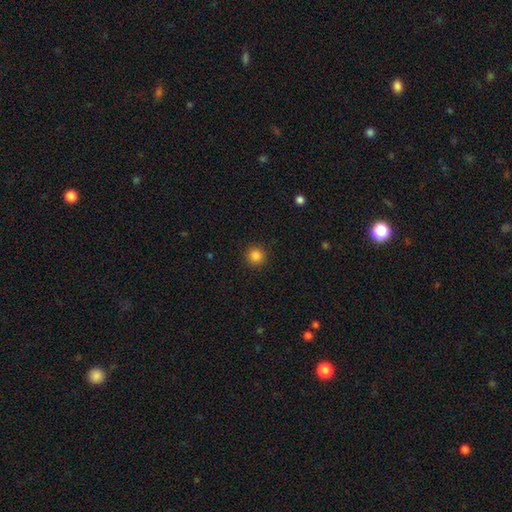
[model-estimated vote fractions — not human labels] The model was most divided on "smooth or featured": smooth: 85%, star or artifact: 11%, featured or disk: 4%. More confident: how rounded — round (95%); merging — none (92%).